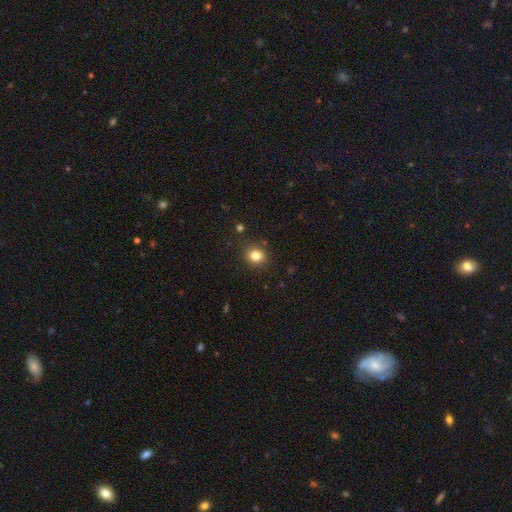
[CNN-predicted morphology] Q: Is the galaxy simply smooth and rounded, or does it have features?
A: smooth — 82%.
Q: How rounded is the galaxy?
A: round — 72%.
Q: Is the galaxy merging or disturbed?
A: none — 87%.